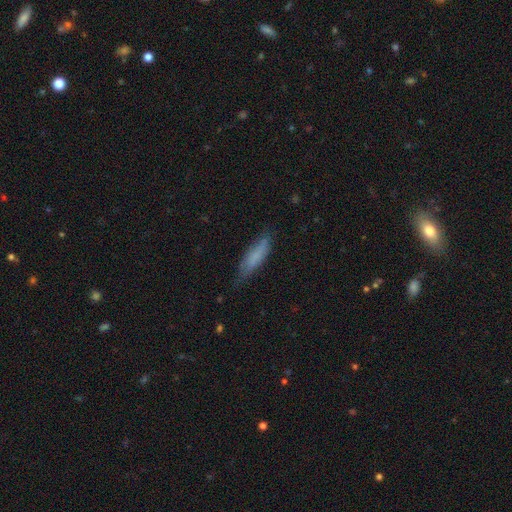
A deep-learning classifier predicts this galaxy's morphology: This is likely a smooth galaxy (74%). How rounded: likely cigar-shaped (68%). Merging: likely none (68%).